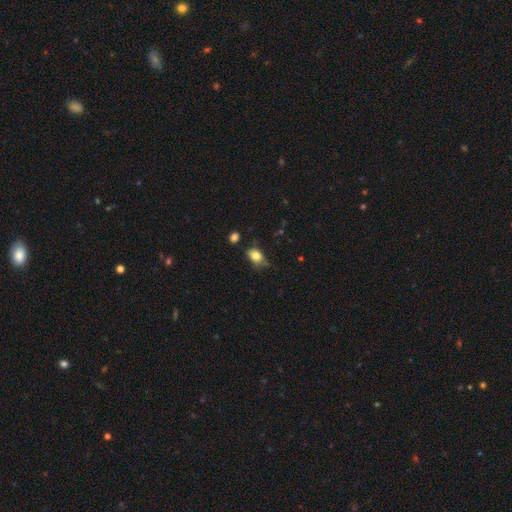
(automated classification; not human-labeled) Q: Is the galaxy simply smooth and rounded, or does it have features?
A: smooth — 81%.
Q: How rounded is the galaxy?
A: in between — 74%.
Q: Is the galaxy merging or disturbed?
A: none — 51%.